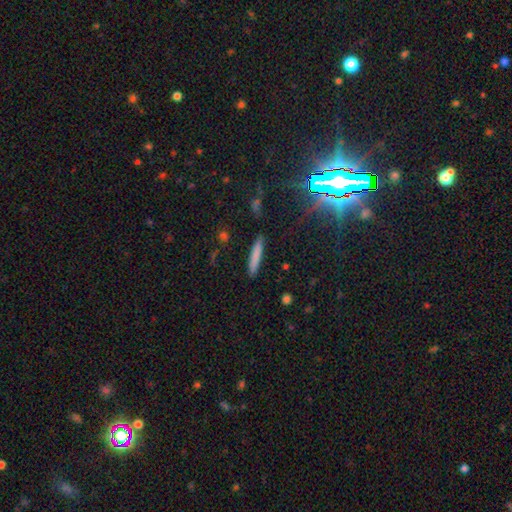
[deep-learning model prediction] Smooth or featured?
  - smooth: 78% *
  - featured or disk: 14%
  - star or artifact: 8%
How rounded?
  - cigar-shaped: 93% *
  - in between: 6%
  - round: 1%
Merging?
  - none: 89% *
  - minor disturbance: 8%
  - major disturbance: 2%
  - merger: 2%